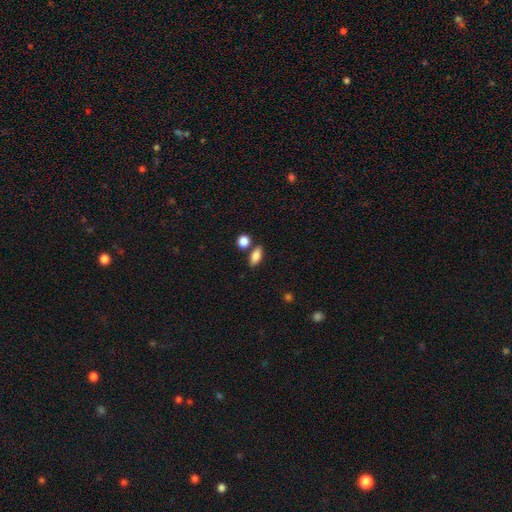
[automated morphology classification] A smooth galaxy with no disk features (84%) that is in between round and cigar-shaped (82%). Merging: none (73%).